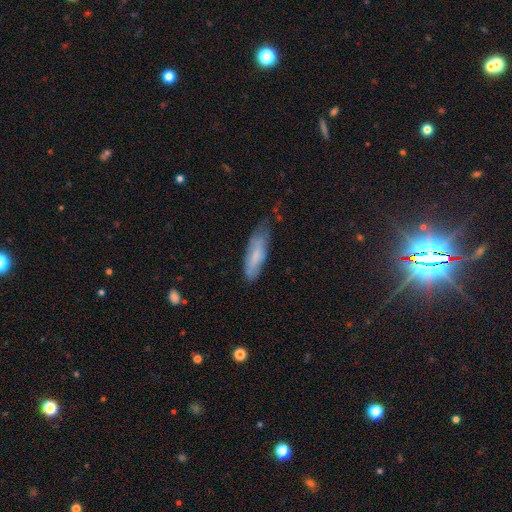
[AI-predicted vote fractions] Morphology: type=smooth (67%); roundness=cigar-shaped (51%); merging=none (56%).